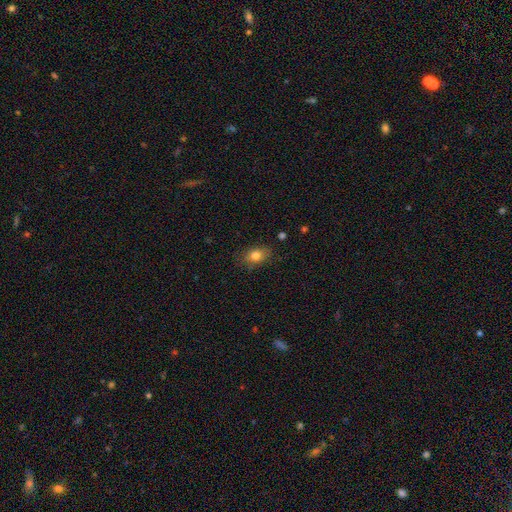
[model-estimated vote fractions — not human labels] The model was most divided on "how rounded": in between: 75%, round: 23%, cigar-shaped: 2%. More confident: merging — none (81%); smooth or featured — smooth (80%).